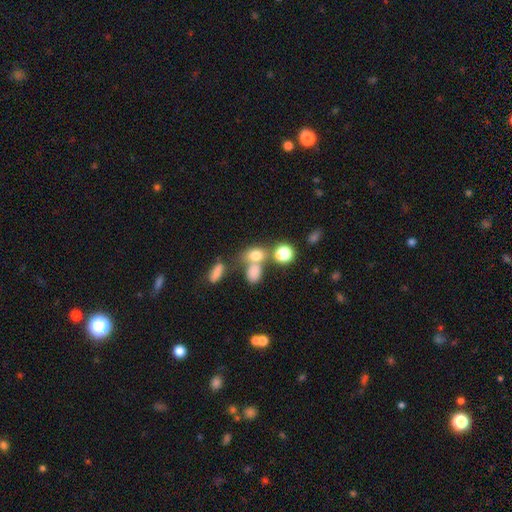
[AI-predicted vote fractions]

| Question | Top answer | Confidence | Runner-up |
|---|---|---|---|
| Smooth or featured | smooth | 74% | star or artifact (14%) |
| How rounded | in between | 59% | round (39%) |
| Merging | merger | 45% | none (38%) |